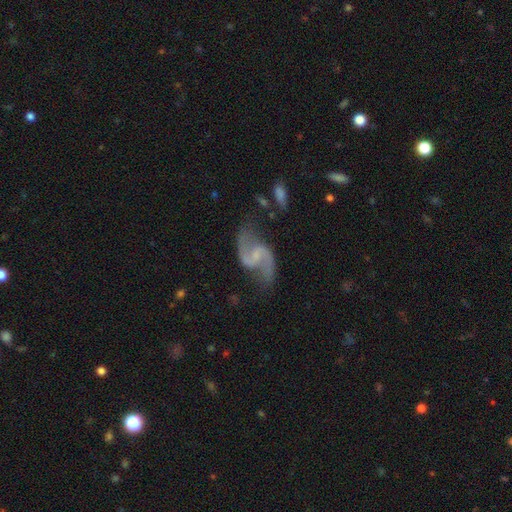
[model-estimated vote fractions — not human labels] This appears to be a featured or disk galaxy (90%) with a weak bar (51%), 2 (94%) loose (65%) spiral arms (97%) and a small central bulge (47%). Merging: none (71%).